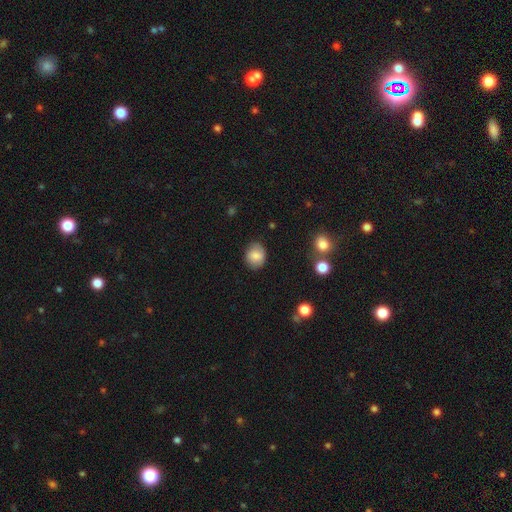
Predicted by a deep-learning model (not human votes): Smooth or featured: smooth — 82% (featured or disk — 10%)
How rounded: round — 64% (in between — 35%)
Merging: none — 80% (minor disturbance — 15%)